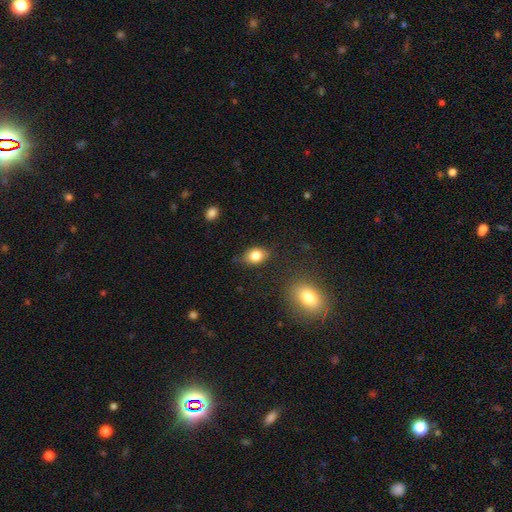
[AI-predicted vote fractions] A smooth galaxy with no disk features (82%) that is in between round and cigar-shaped (77%). Merging: none (79%).